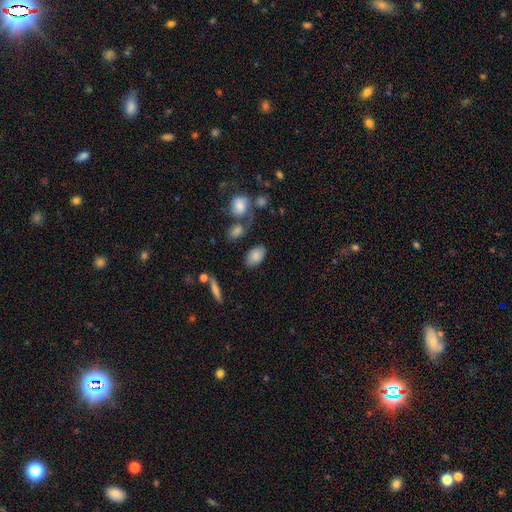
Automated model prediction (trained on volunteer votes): Smooth or featured: smooth — 83% (featured or disk — 9%)
How rounded: in between — 91% (round — 7%)
Merging: none — 76% (minor disturbance — 13%)